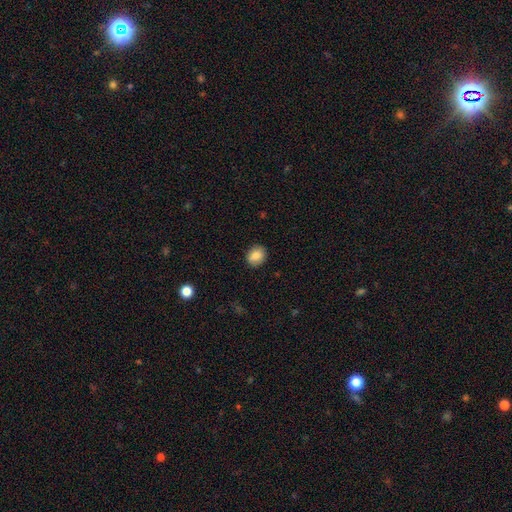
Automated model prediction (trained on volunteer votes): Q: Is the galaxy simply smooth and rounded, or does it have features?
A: smooth — 87%.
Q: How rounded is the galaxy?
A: round — 61%.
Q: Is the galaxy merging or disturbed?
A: none — 88%.